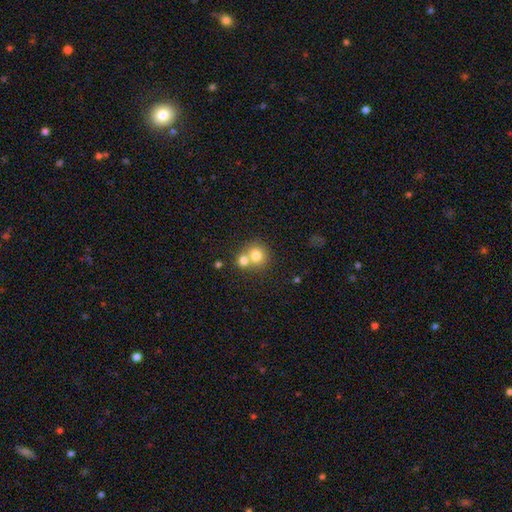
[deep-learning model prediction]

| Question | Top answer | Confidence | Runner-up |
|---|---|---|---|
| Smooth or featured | smooth | 76% | featured or disk (13%) |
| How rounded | round | 85% | in between (14%) |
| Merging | merger | 51% | none (40%) |